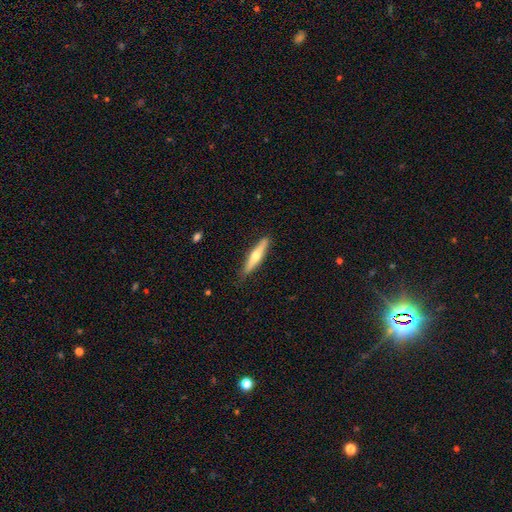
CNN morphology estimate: This is possibly a featured or disk galaxy (55%). It is clearly viewed edge-on (94%). Edge-on bulge: clearly rounded (90%). Merging: clearly none (87%).